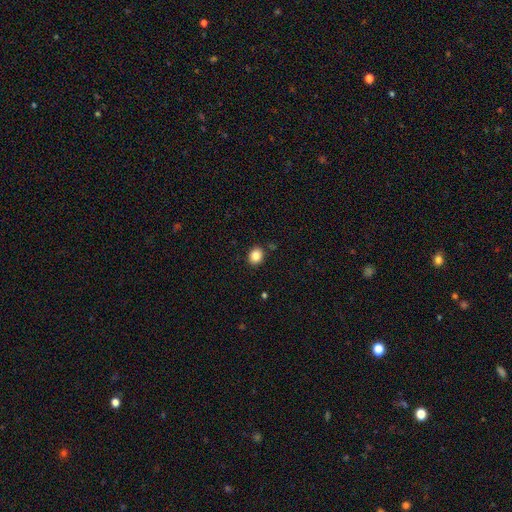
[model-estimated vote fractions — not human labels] This appears to be a smooth galaxy with no disk features (85%) that is round (64%). Merging: none (88%).